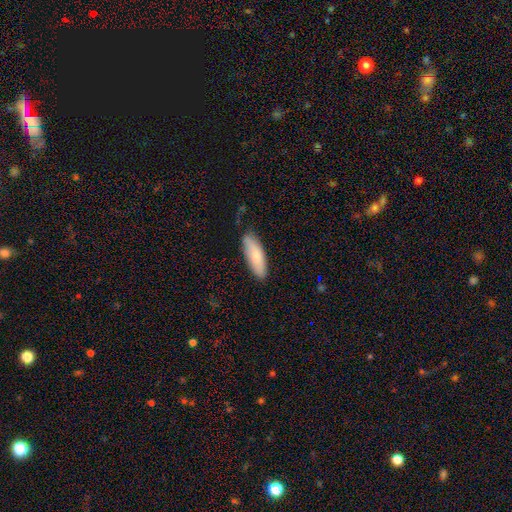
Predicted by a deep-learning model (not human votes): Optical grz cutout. It shows a smooth galaxy with no disk features (82%) that is in between round and cigar-shaped (56%). Merging: none (80%).